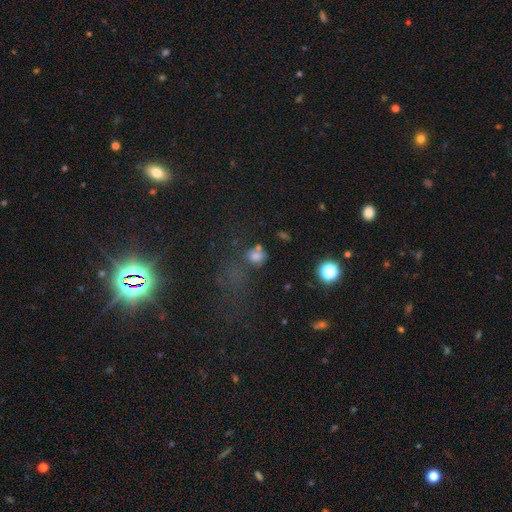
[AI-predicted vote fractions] Smooth or featured?
  - smooth: 62% *
  - star or artifact: 26%
  - featured or disk: 12%
How rounded?
  - round: 61% *
  - in between: 37%
  - cigar-shaped: 2%
Merging?
  - none: 43% *
  - major disturbance: 22%
  - minor disturbance: 18%
  - merger: 17%